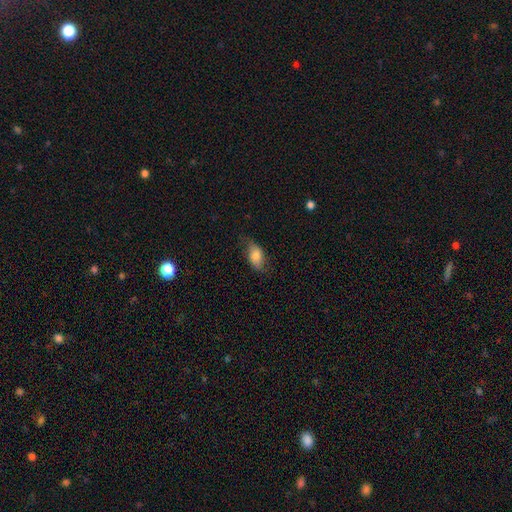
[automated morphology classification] Overall: smooth (77%). How rounded: in between (90%). Merging: none (65%; minor disturbance 26%).